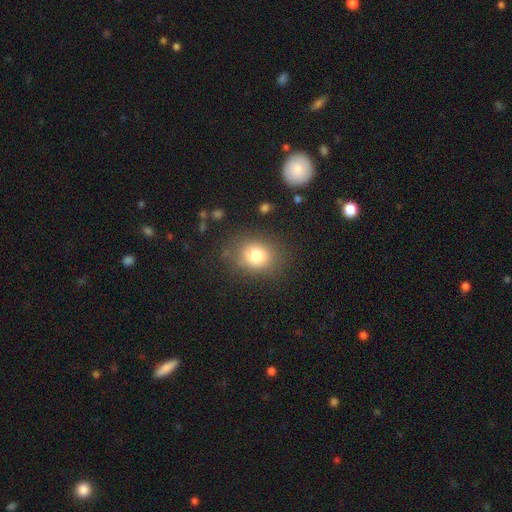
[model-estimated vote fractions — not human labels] A smooth galaxy with no disk features (79%) that is round (60%). Merging: none (80%).